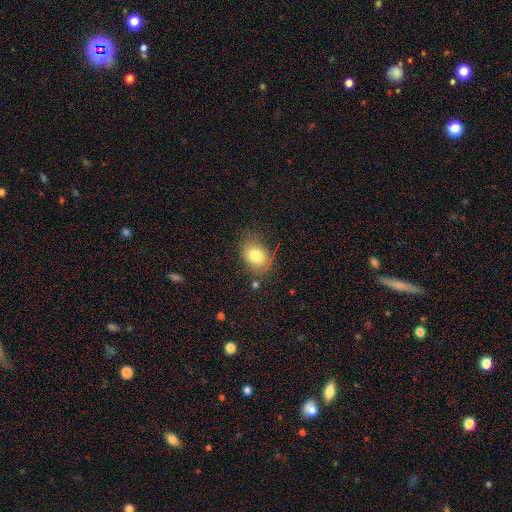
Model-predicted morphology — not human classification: A smooth galaxy with no disk features (79%) that is in between round and cigar-shaped (66%). Merging: none (74%).